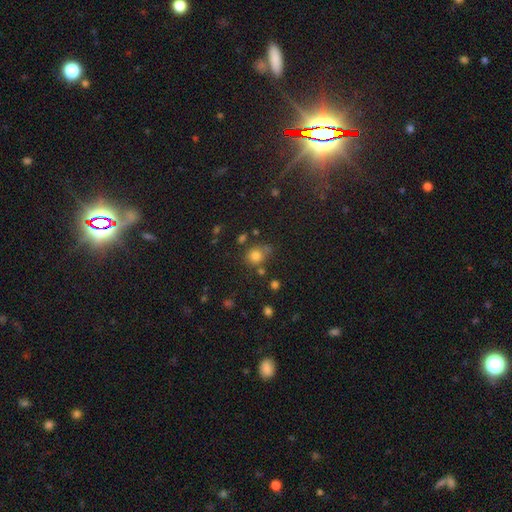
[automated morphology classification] This is likely a smooth galaxy (78%). How rounded: likely round (72%). Merging: possibly none (58%).